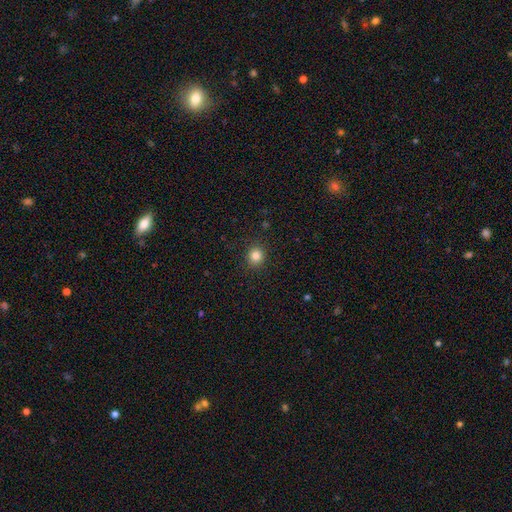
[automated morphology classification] smooth_or_featured: smooth (p=0.83) [alt: star or artifact p=0.12]
how_rounded: round (p=0.85) [alt: in between p=0.14]
merging: none (p=0.90) [alt: minor disturbance p=0.06]